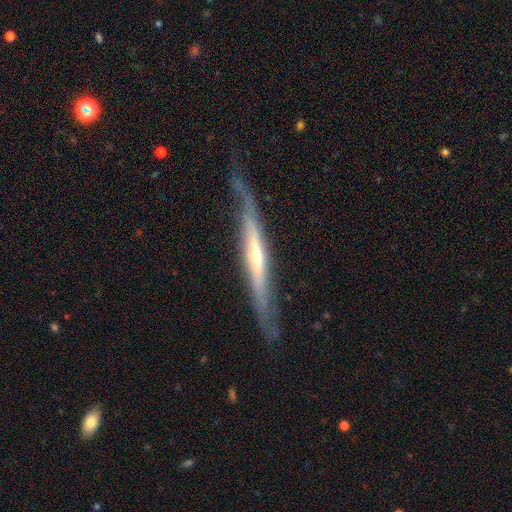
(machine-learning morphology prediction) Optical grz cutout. It shows a featured or disk galaxy (77%) viewed edge-on (88%) with a rounded central bulge (54%). Merging: none (65%).